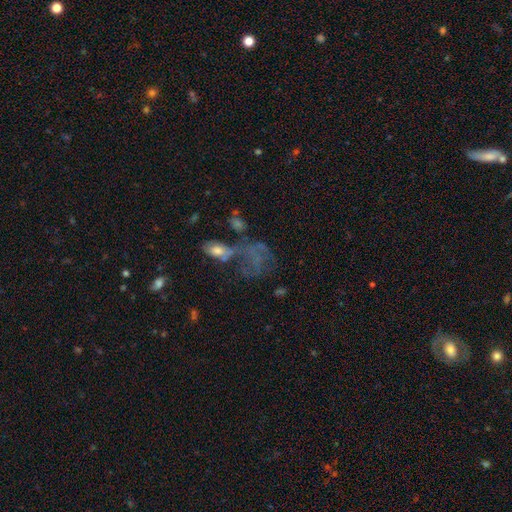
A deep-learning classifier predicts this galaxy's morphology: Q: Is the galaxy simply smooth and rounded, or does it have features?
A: featured or disk — 39%.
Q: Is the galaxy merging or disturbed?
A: major disturbance — 36%.